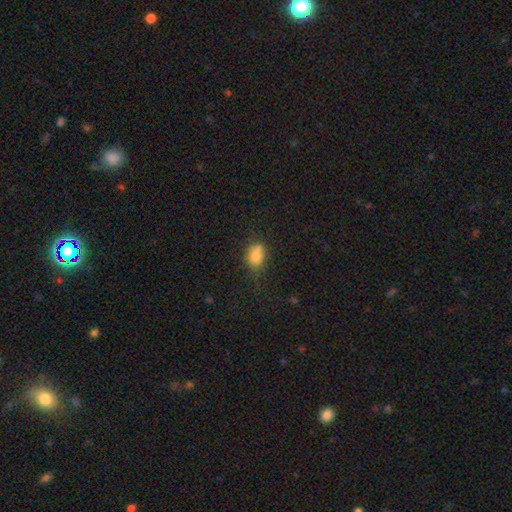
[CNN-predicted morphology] A smooth galaxy with no disk features (78%) that is in between round and cigar-shaped (60%). Merging: none (52%).